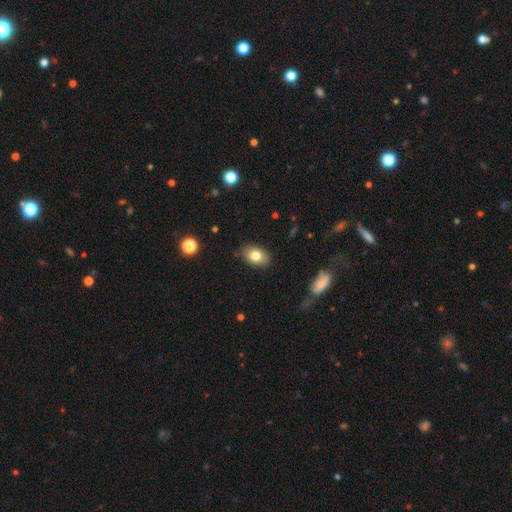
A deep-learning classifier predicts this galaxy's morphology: Smooth or featured? smooth (80%)
How rounded? in between (82%)
Merging? none (86%)